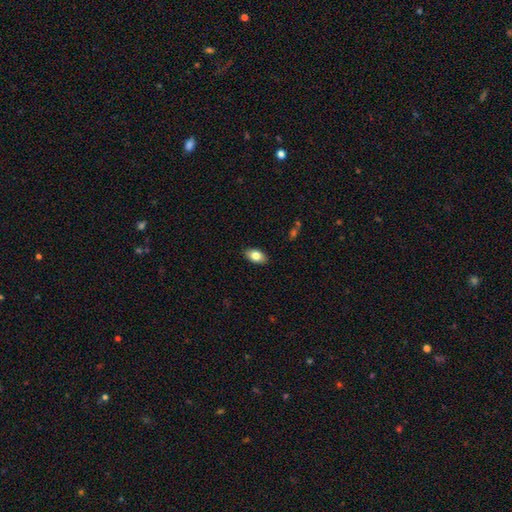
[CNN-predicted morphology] This is clearly a smooth galaxy (80%). How rounded: clearly in between (91%). Merging: clearly none (88%).